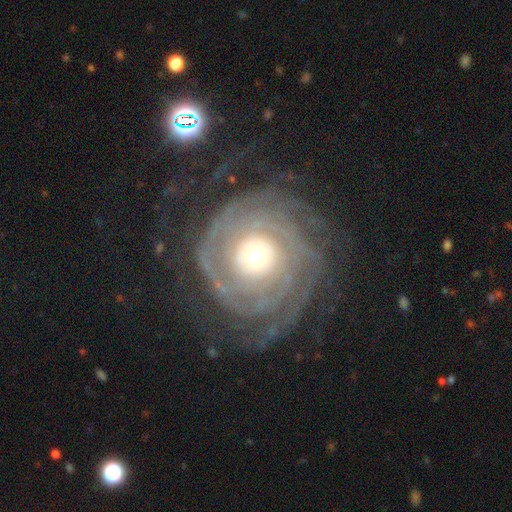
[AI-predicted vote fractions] Smooth or featured? featured or disk (88%)
Edge-on disk? no (97%)
Bar? no (81%)
Spiral arms? yes (97%)
Spiral winding? tight (81%)
Spiral arm count? can't tell (27%)
Bulge size? moderate (49%)
Merging? none (74%)